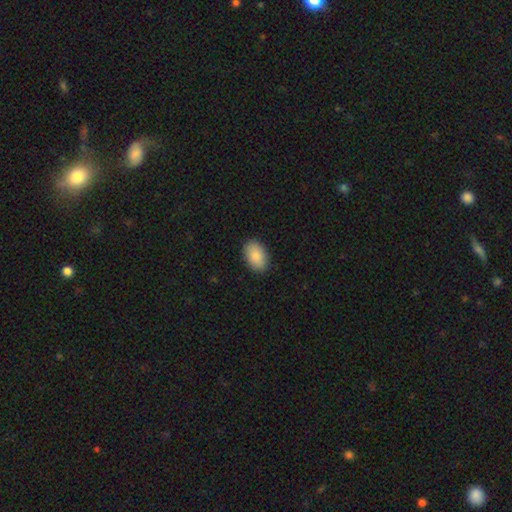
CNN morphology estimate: Q: Smooth or featured?
A: smooth (87%); runner-up: star or artifact (7%)
Q: How rounded?
A: in between (89%); runner-up: round (10%)
Q: Merging?
A: none (89%); runner-up: minor disturbance (8%)